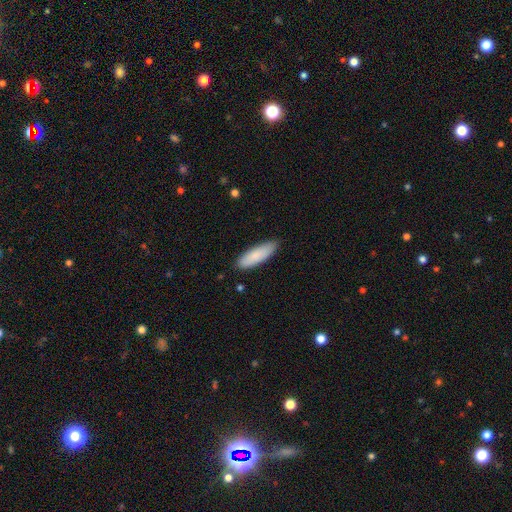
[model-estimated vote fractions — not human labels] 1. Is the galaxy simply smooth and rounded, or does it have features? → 86% smooth, 9% featured or disk, 6% star or artifact.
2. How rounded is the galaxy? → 54% in between, 44% cigar-shaped, 1% round.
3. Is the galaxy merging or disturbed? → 86% none, 11% minor disturbance, 2% major disturbance, 1% merger.